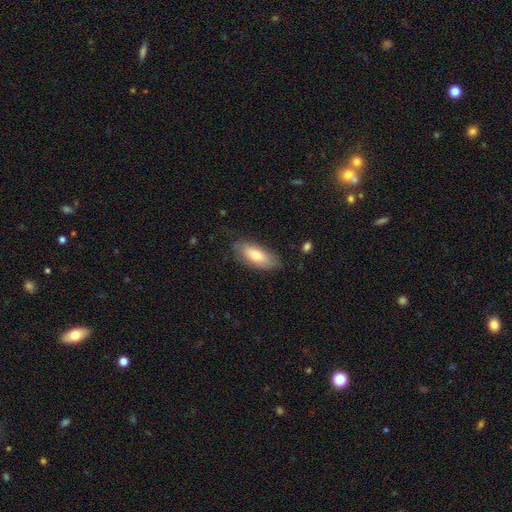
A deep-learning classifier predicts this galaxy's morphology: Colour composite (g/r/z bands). It shows a smooth galaxy with no disk features (69%) that is in between round and cigar-shaped (82%). Merging: none (76%).